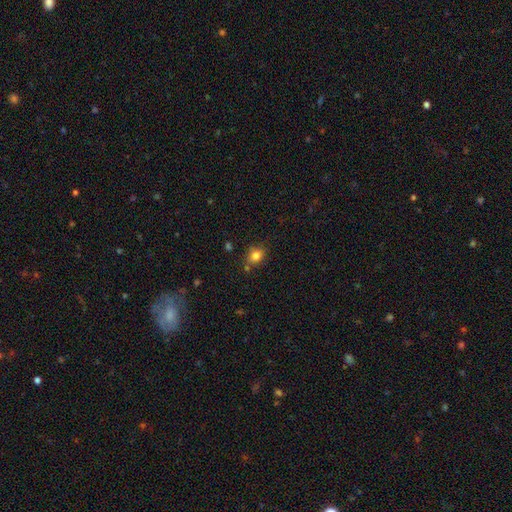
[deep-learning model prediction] smooth 81%, star or artifact 12%, featured or disk 7%. Down the decision tree: how rounded — round (57%); merging — none (73%).